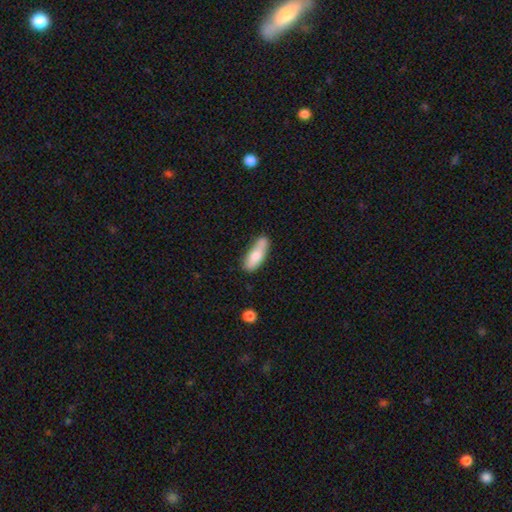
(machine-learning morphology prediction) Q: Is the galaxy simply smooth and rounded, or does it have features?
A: smooth — 74%.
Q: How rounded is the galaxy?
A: in between — 56%.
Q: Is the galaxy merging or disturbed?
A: none — 58%.